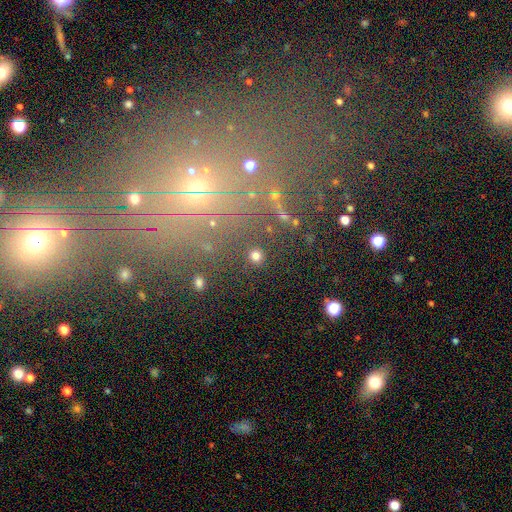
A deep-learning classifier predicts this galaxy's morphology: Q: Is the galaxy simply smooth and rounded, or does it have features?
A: smooth — 77%.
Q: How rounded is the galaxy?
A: round — 92%.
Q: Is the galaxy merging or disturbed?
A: none — 88%.